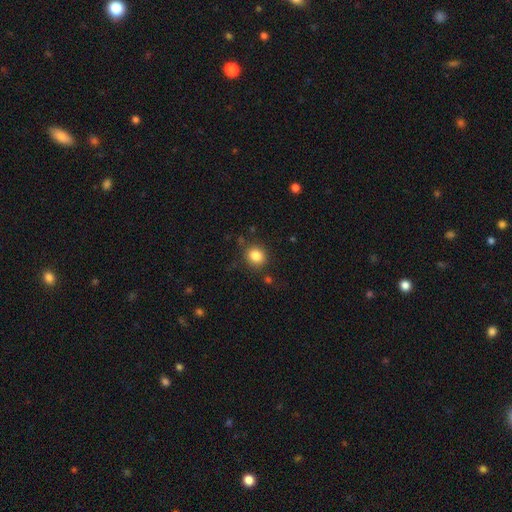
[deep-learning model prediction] A smooth galaxy with no disk features (84%) that is round (79%). Merging: none (84%).